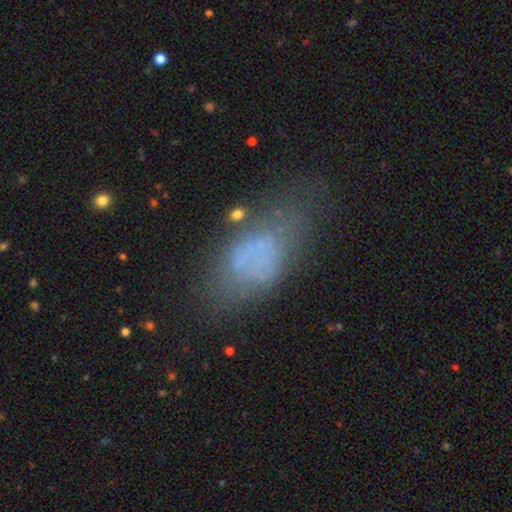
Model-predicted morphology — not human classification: This is possibly a smooth galaxy (50%). How rounded: clearly in between (84%). Merging: possibly none (50%).